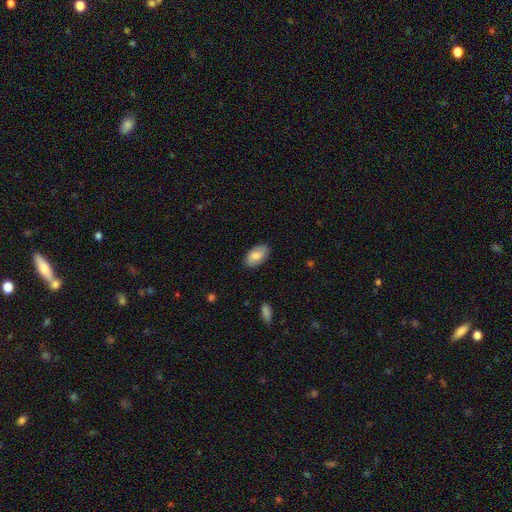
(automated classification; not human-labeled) Smooth or featured? smooth (80%)
How rounded? in between (94%)
Merging? none (84%)